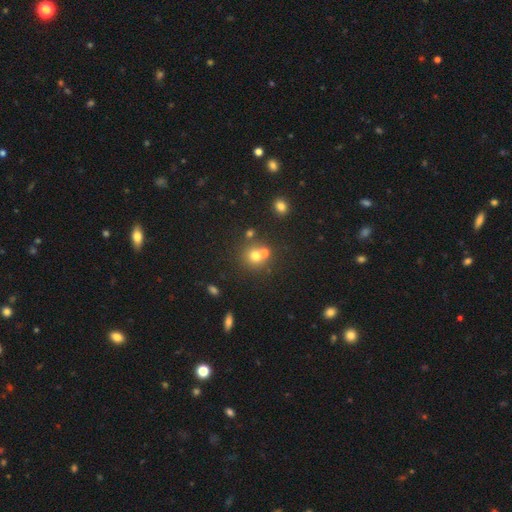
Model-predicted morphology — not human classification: smooth-or-featured: smooth: 68% | star or artifact: 18% | featured or disk: 14%
  how-rounded: round: 87% | in between: 12% | cigar-shaped: 1%
  merging: none: 54% | merger: 35% | minor disturbance: 8% | major disturbance: 3%